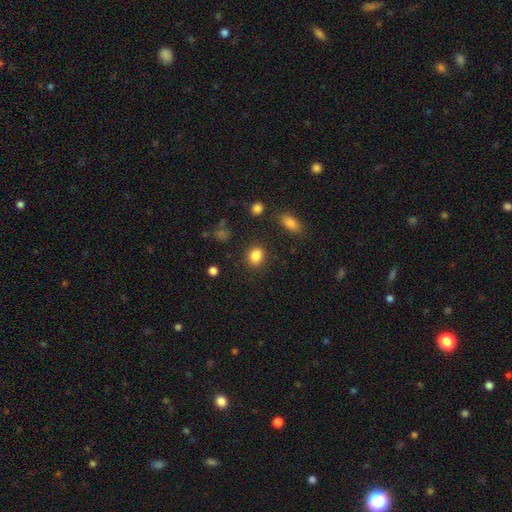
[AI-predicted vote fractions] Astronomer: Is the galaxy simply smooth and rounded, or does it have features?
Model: smooth — 85%.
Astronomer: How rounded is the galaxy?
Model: round — 51% (runner-up: in between, 48%).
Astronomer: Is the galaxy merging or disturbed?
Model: none — 82%.